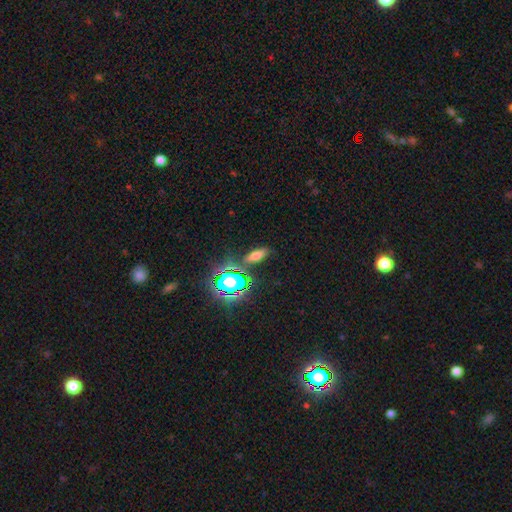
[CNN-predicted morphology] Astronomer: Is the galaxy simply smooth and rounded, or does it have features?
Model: smooth — 59%.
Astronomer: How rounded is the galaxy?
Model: in between — 63%.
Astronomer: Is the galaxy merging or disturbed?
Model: none — 80%.